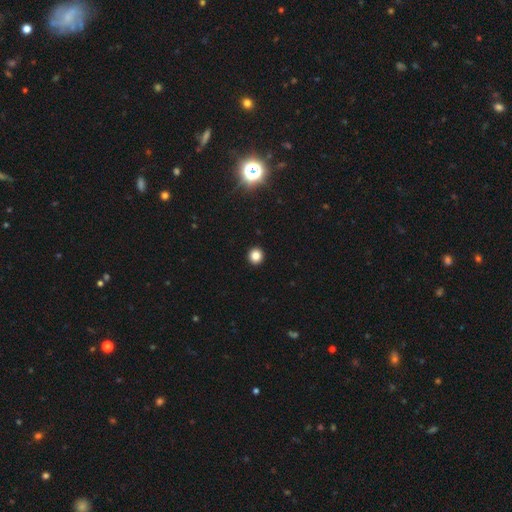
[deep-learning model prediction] The model was most divided on "smooth or featured": smooth: 83%, star or artifact: 12%, featured or disk: 4%. More confident: merging — none (94%); how rounded — round (93%).